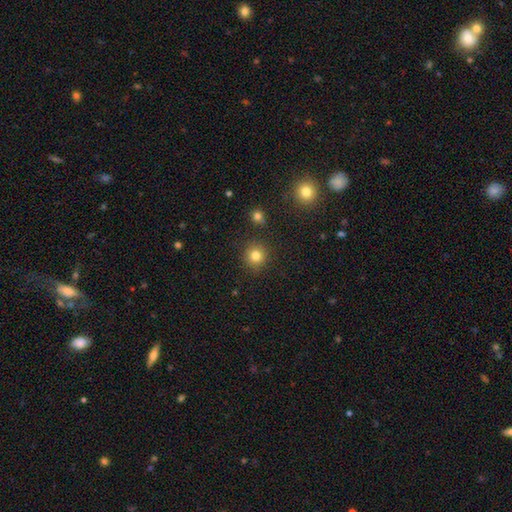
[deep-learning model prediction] smooth_or_featured: smooth (p=0.81) [alt: star or artifact p=0.13]
how_rounded: round (p=0.93) [alt: in between p=0.06]
merging: none (p=0.88) [alt: minor disturbance p=0.07]